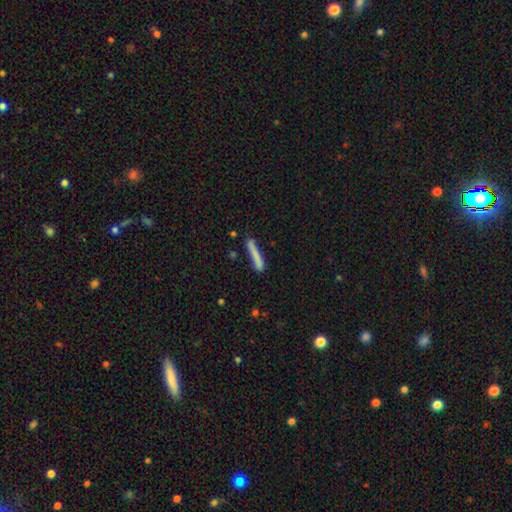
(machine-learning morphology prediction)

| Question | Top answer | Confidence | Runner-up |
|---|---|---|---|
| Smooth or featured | smooth | 78% | featured or disk (15%) |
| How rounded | cigar-shaped | 94% | in between (4%) |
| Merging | none | 73% | minor disturbance (17%) |